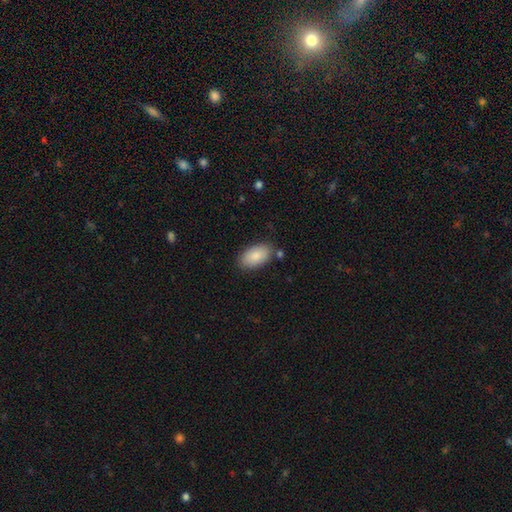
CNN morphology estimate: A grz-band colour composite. It shows a smooth galaxy with no disk features (87%) that is in between round and cigar-shaped (95%). Merging: none (80%).